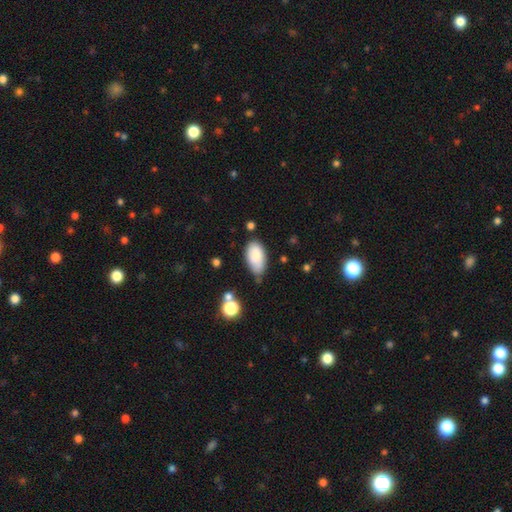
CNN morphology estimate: type=smooth (83%); roundness=in between (94%); merging=none (60%).